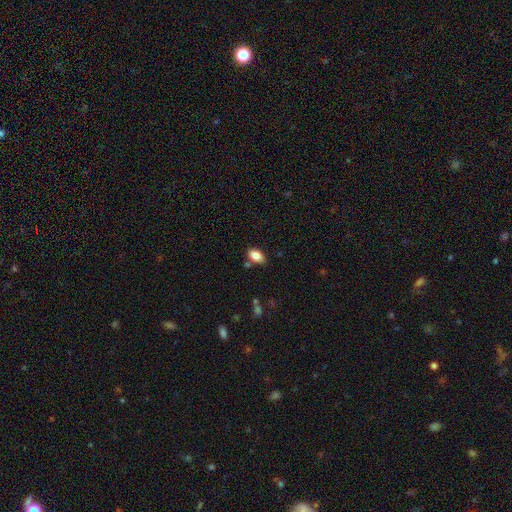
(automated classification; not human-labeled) smooth_or_featured: smooth (p=0.85) [alt: star or artifact p=0.08]
how_rounded: in between (p=0.91) [alt: round p=0.06]
merging: none (p=0.75) [alt: minor disturbance p=0.16]